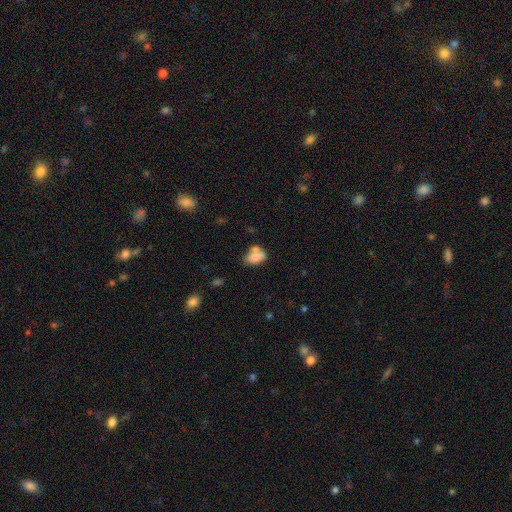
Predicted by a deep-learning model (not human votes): A smooth galaxy with no disk features (77%) that is in between round and cigar-shaped (82%).

Vote fractions:
- Smooth or featured? smooth: 77% / featured or disk: 13% / star or artifact: 10%
- How rounded? in between: 82% / round: 16% / cigar-shaped: 2%
- Merging? none: 40% / merger: 26% / minor disturbance: 24% / major disturbance: 10%